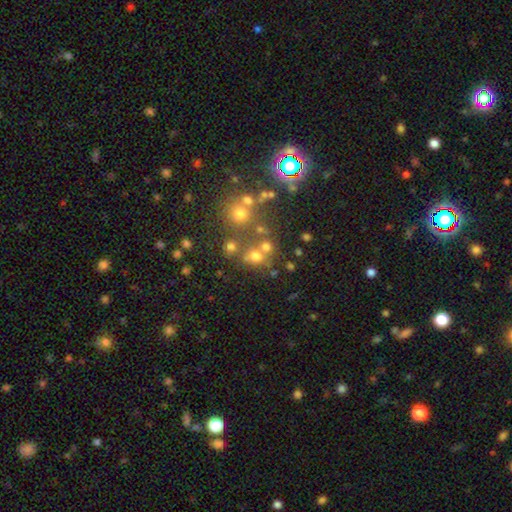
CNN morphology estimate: Q: Smooth or featured?
A: smooth (64%); runner-up: star or artifact (22%)
Q: How rounded?
A: round (78%); runner-up: in between (21%)
Q: Merging?
A: none (55%); runner-up: merger (28%)